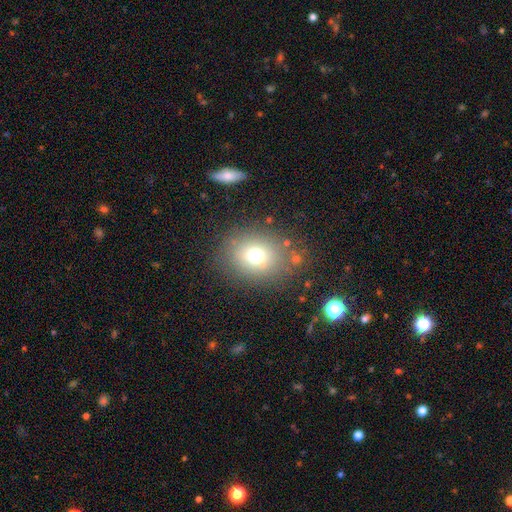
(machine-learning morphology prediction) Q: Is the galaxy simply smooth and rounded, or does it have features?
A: smooth — 69%.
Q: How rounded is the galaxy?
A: round — 62%.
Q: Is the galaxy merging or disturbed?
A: none — 79%.